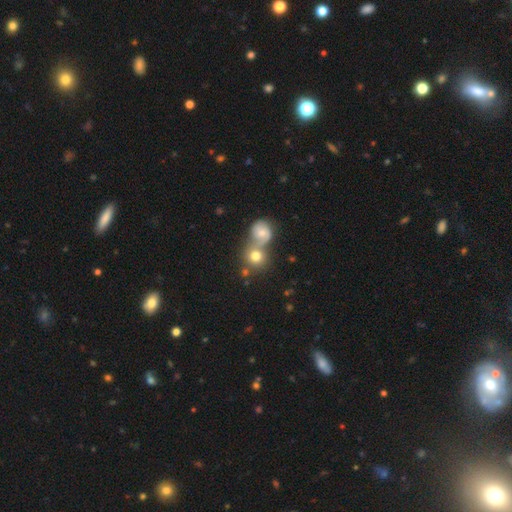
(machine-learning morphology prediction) The model was most divided on "merging": merger: 52%, none: 37%, minor disturbance: 7%, major disturbance: 4%. More confident: how rounded — round (84%); smooth or featured — smooth (72%).